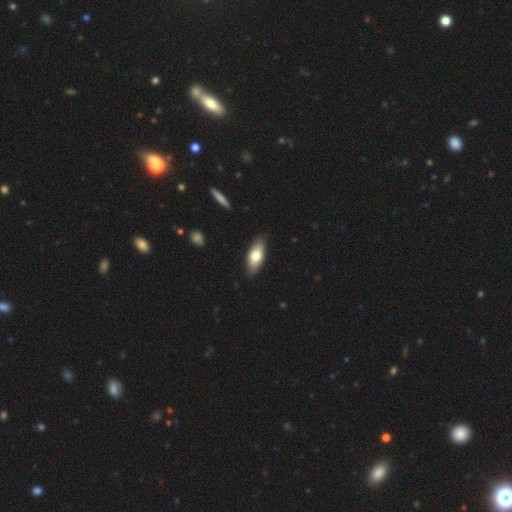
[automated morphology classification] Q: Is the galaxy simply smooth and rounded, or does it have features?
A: smooth — 71%.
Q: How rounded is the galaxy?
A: in between — 76%.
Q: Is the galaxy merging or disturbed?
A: none — 87%.